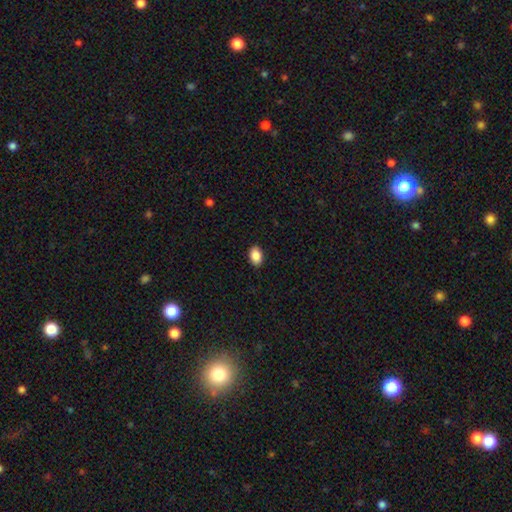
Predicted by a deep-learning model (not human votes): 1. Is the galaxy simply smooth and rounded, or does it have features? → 88% smooth, 8% star or artifact, 4% featured or disk.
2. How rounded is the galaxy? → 86% in between, 13% round, 1% cigar-shaped.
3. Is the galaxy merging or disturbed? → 90% none, 8% minor disturbance, 2% major disturbance, 1% merger.